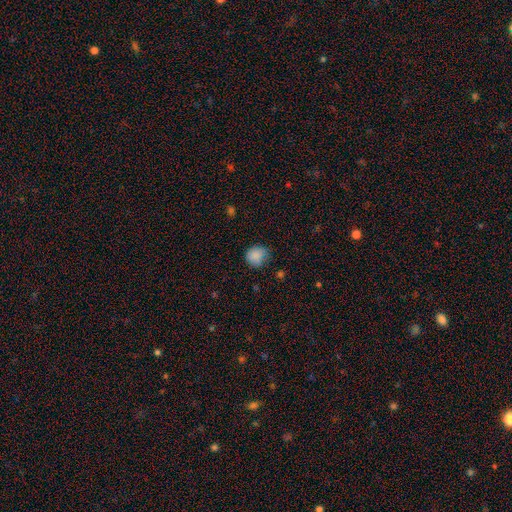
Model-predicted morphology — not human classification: This is clearly a smooth galaxy (85%). How rounded: likely round (78%). Merging: likely none (66%).